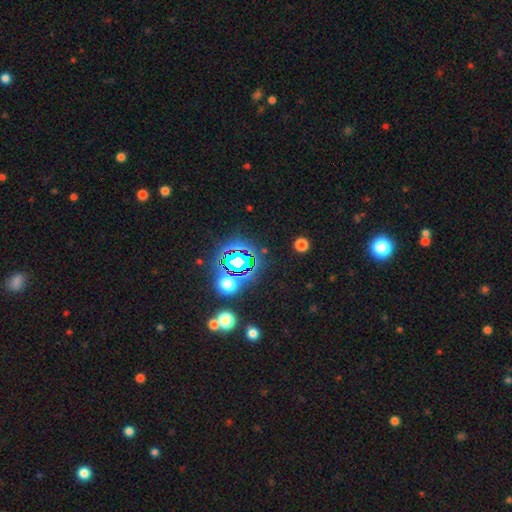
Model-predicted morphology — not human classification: This is likely a star or artifact rather than a galaxy (79%).